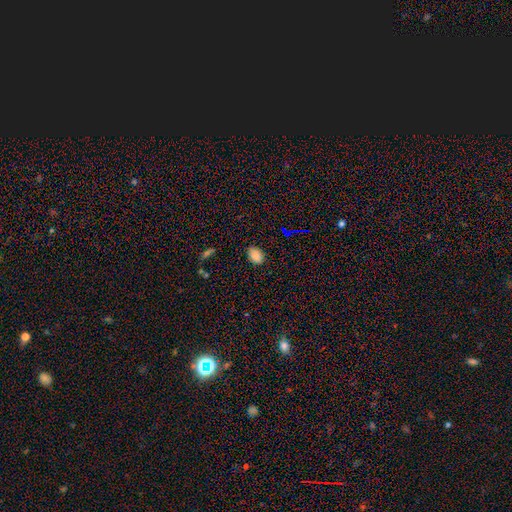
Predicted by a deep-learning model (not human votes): A smooth galaxy with no disk features (83%) that is in between round and cigar-shaped (83%).

Vote fractions:
- Smooth or featured? smooth: 83% / star or artifact: 13% / featured or disk: 4%
- How rounded? in between: 83% / round: 16% / cigar-shaped: 1%
- Merging? none: 83% / minor disturbance: 13% / major disturbance: 3% / merger: 1%